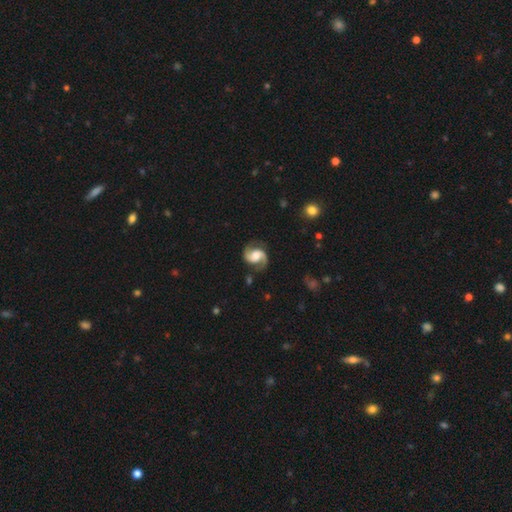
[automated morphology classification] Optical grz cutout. It shows a featured or disk galaxy (87%) with no bar (48%), 2 (93%) medium (53%) spiral arms (97%) and a moderate central bulge (41%). Merging: none (79%).